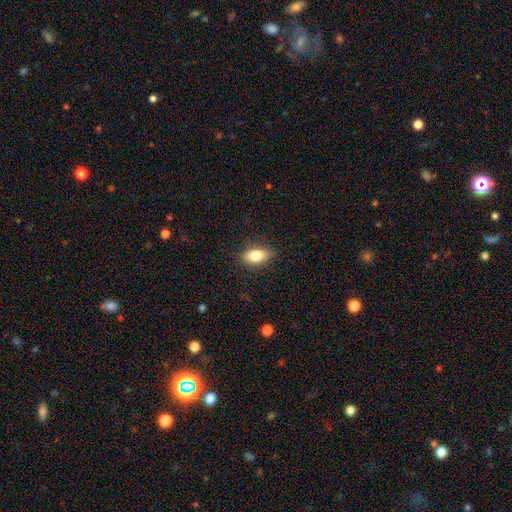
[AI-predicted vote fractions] Morphology: type=smooth (81%); roundness=in between (85%); merging=none (85%).